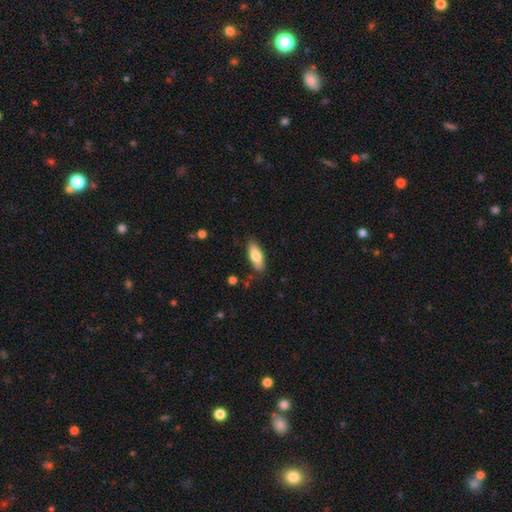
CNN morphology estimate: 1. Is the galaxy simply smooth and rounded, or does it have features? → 77% smooth, 17% featured or disk, 6% star or artifact.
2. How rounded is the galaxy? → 76% in between, 22% cigar-shaped, 2% round.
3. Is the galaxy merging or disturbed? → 81% none, 15% minor disturbance, 3% major disturbance, 2% merger.